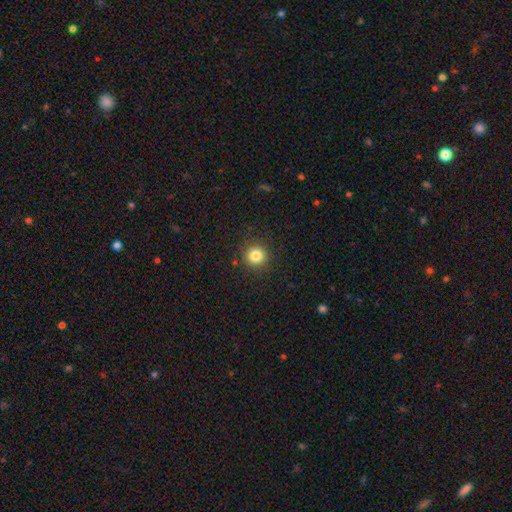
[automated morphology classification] Smooth or featured: smooth — 83% (star or artifact — 12%)
How rounded: round — 93% (in between — 6%)
Merging: none — 90% (minor disturbance — 7%)